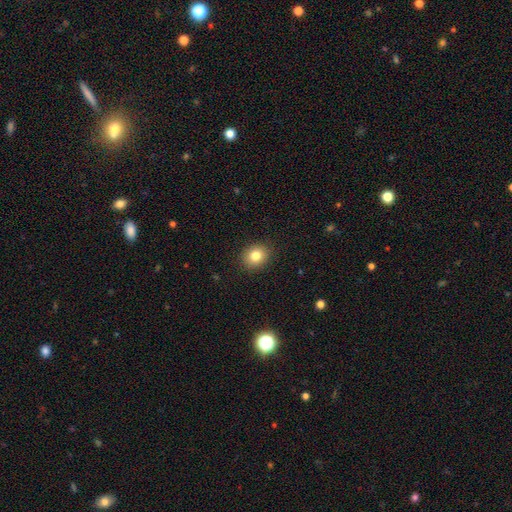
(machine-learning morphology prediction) smooth_or_featured: smooth (p=0.81) [alt: star or artifact p=0.11]
how_rounded: round (p=0.68) [alt: in between p=0.31]
merging: none (p=0.90) [alt: minor disturbance p=0.07]